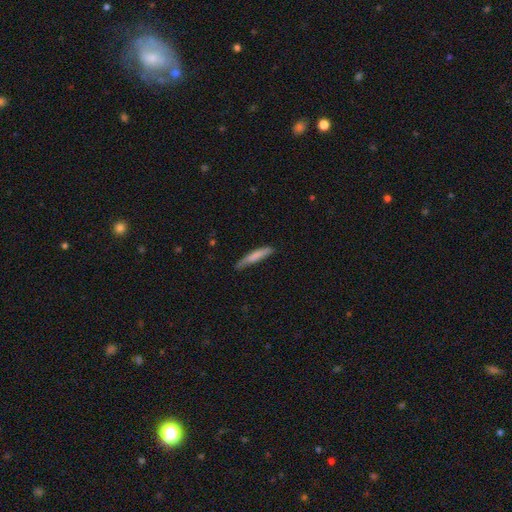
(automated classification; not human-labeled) A smooth galaxy with no disk features (74%) that is cigar-shaped (90%). Merging: none (67%).